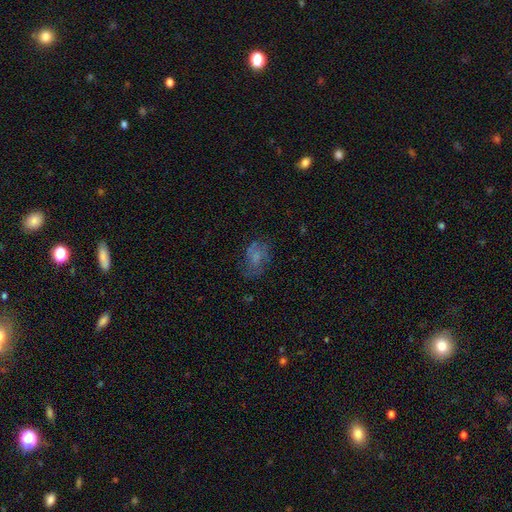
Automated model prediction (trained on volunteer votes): Overall: smooth (50%; featured or disk 35%). How rounded: in between (73%). Merging: none (55%; minor disturbance 23%).